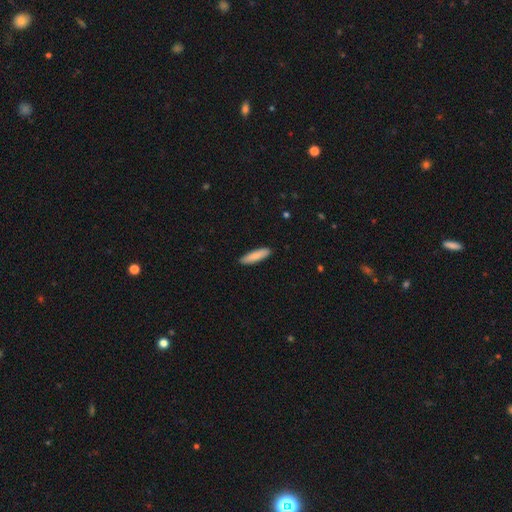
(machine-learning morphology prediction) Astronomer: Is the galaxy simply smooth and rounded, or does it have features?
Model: smooth — 84%.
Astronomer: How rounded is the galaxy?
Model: cigar-shaped — 74%.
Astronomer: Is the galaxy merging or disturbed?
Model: none — 90%.